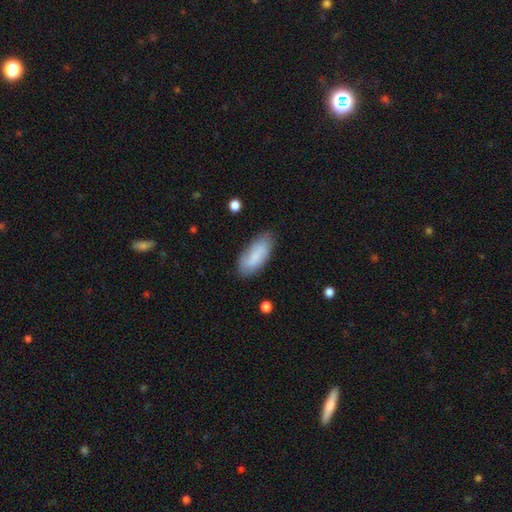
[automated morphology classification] smooth-or-featured: smooth: 77% | featured or disk: 17% | star or artifact: 6%
  how-rounded: in between: 84% | cigar-shaped: 14% | round: 2%
  merging: none: 73% | minor disturbance: 20% | major disturbance: 4% | merger: 3%